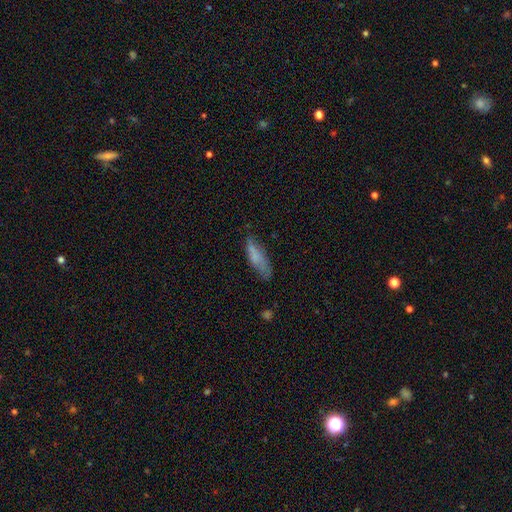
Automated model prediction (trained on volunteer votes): smooth 68%, featured or disk 24%, star or artifact 8%. Down the decision tree: how rounded — cigar-shaped (50%); merging — none (57%).